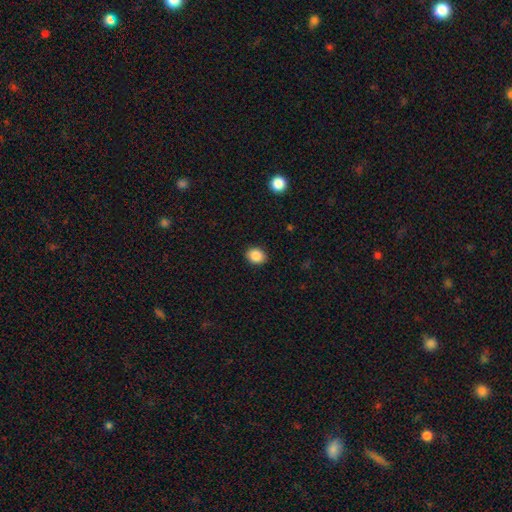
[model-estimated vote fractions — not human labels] This is clearly a smooth galaxy (87%). How rounded: possibly round (55%). Merging: clearly none (90%).